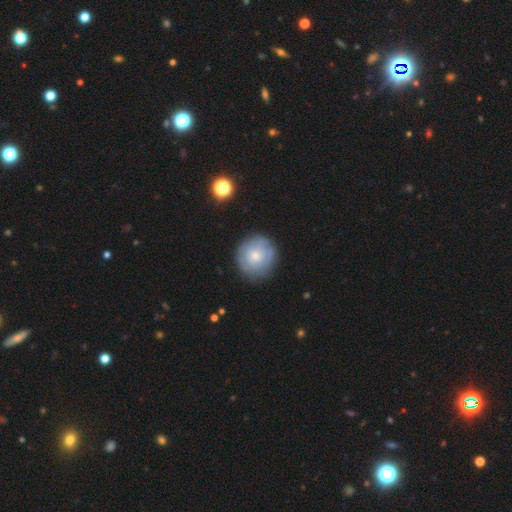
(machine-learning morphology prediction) Smooth or featured?
  - smooth: 50% *
  - featured or disk: 43%
  - star or artifact: 7%
How rounded?
  - round: 91% *
  - in between: 8%
  - cigar-shaped: 1%
Merging?
  - none: 78% *
  - minor disturbance: 15%
  - major disturbance: 5%
  - merger: 2%